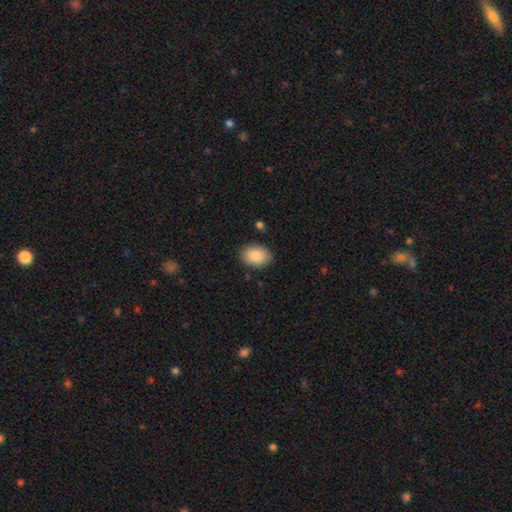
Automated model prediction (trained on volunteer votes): A smooth galaxy with no disk features (89%) that is in between round and cigar-shaped (83%). Merging: none (87%).